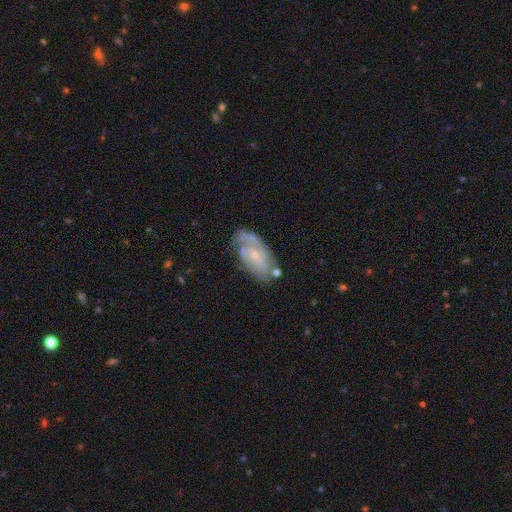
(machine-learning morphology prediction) smooth-or-featured: featured or disk: 83% | smooth: 11% | star or artifact: 6%
  disk-edge-on: no: 96% | yes: 4%
    bar: no: 60% | weak: 34% | strong: 6%
    has-spiral-arms: yes: 94% | no: 6%
      spiral-winding: tight: 49% | medium: 40% | loose: 11%
      spiral-arm-count: 2: 58% | can't tell: 19% | 3: 12% | 1: 4% | 4: 3% | more than 4: 3%
    bulge-size: small: 74% | moderate: 21% | none: 3% | large: 1% | dominant: 1%
  merging: none: 68% | minor disturbance: 20% | major disturbance: 7% | merger: 5%